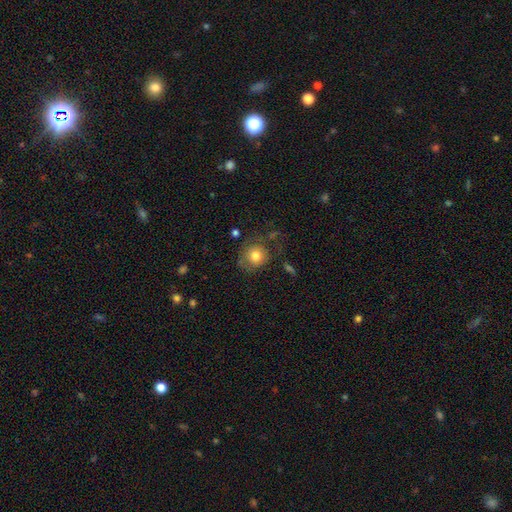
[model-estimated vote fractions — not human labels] Morphology: type=smooth (77%); roundness=round (84%); merging=none (64%).